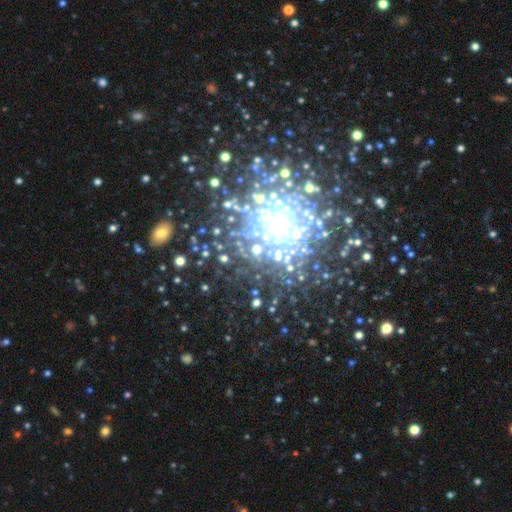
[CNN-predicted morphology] The model was most divided on "smooth or featured": star or artifact: 48%, featured or disk: 38%, smooth: 13%.